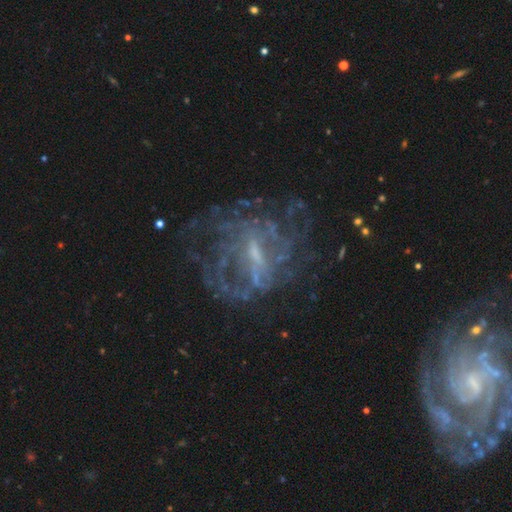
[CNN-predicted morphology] Overall: featured or disk (77%). Edge-on disk: no (96%). Bar: weak (51%; no 27%). Spiral arms: yes (67%; no 33%). Spiral arm count: can't tell (60%). Spiral winding: tight (43%; medium 35%). Bulge size: small (51%; moderate 26%). Merging: none (60%; major disturbance 22%).